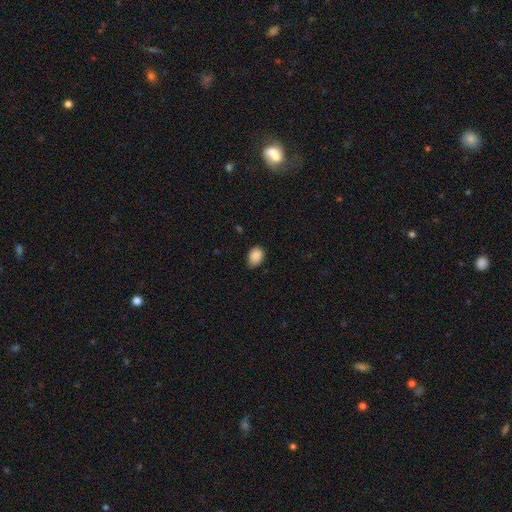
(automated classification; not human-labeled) Smooth or featured? Predicted: smooth (p=0.88). How rounded? Predicted: in between (p=0.72). Merging? Predicted: none (p=0.69).